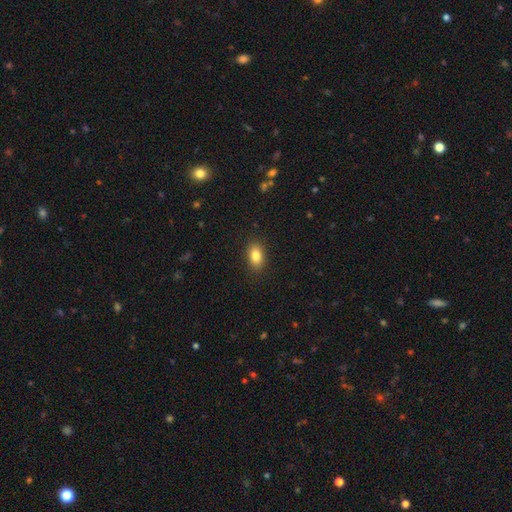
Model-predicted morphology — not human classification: Smooth or featured: smooth — 83% (star or artifact — 9%)
How rounded: in between — 87% (round — 11%)
Merging: none — 88% (minor disturbance — 9%)